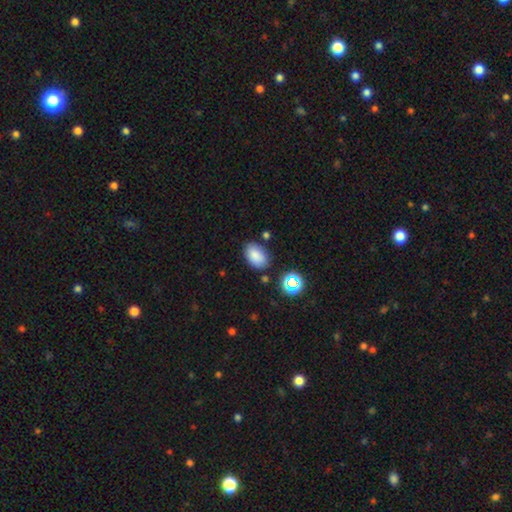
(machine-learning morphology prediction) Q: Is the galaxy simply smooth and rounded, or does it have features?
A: smooth — 82%.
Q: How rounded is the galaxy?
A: in between — 88%.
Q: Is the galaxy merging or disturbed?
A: none — 77%.